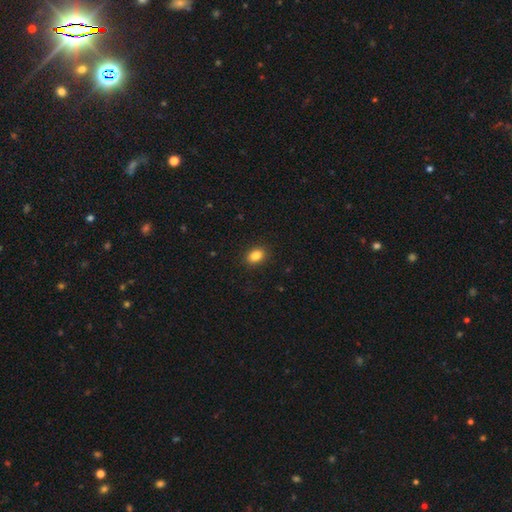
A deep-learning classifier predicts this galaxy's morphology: smooth-or-featured: smooth: 86% | star or artifact: 9% | featured or disk: 5%
  how-rounded: in between: 73% | round: 26% | cigar-shaped: 1%
  merging: none: 90% | minor disturbance: 7% | major disturbance: 2% | merger: 1%